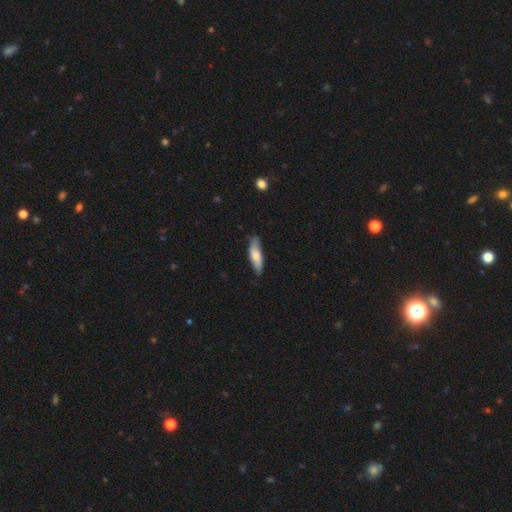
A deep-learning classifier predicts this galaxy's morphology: type=smooth (69%); roundness=cigar-shaped (58%); merging=none (78%).